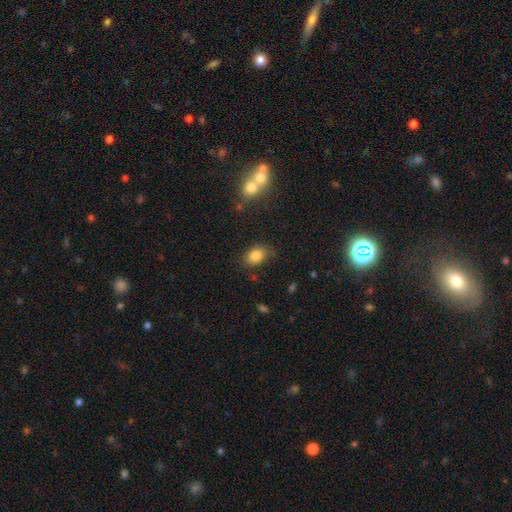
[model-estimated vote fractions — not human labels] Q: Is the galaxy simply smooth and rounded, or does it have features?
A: smooth — 83%.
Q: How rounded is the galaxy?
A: in between — 72%.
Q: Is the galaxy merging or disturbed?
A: none — 77%.